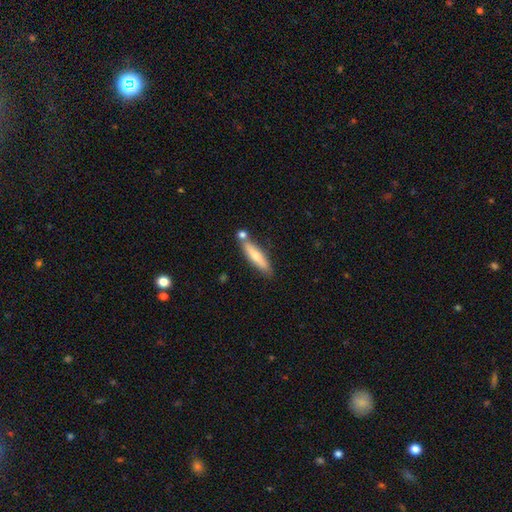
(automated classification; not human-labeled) smooth-or-featured: smooth: 63% | featured or disk: 31% | star or artifact: 6%
  how-rounded: cigar-shaped: 80% | in between: 18% | round: 2%
  merging: none: 69% | merger: 15% | minor disturbance: 13% | major disturbance: 3%